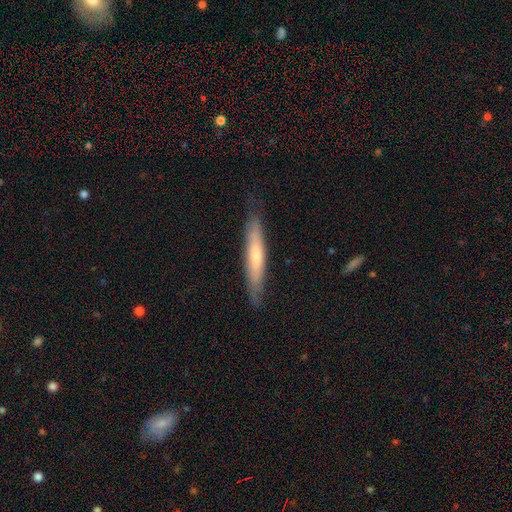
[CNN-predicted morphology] A smooth galaxy with no disk features (52%) that is cigar-shaped (91%). Merging: none (81%).